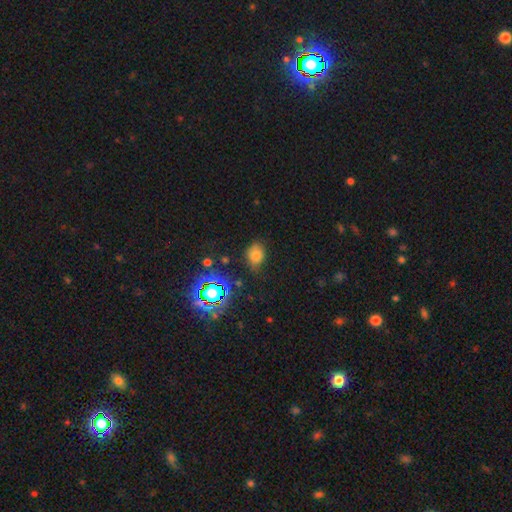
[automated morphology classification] A smooth galaxy with no disk features (71%) that is in between round and cigar-shaped (62%). Merging: none (69%).